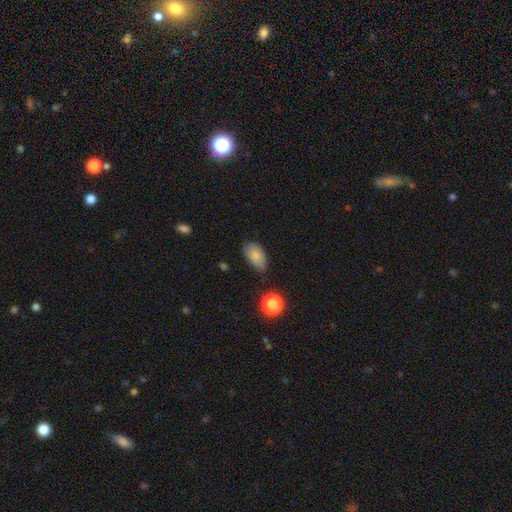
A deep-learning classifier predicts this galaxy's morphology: smooth 83%, star or artifact 9%, featured or disk 8%. Down the decision tree: how rounded — in between (90%); merging — none (63%).